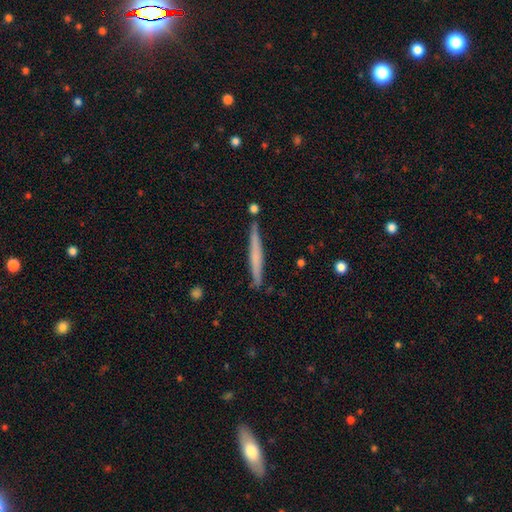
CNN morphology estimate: Smooth or featured? smooth (51%)
How rounded? cigar-shaped (97%)
Merging? none (86%)